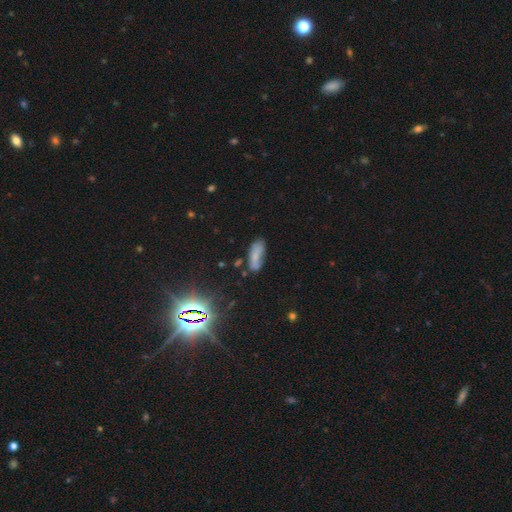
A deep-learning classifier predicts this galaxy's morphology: smooth-or-featured: smooth: 68% | featured or disk: 19% | star or artifact: 13%
  how-rounded: in between: 68% | cigar-shaped: 29% | round: 3%
  merging: none: 51% | minor disturbance: 29% | major disturbance: 12% | merger: 9%